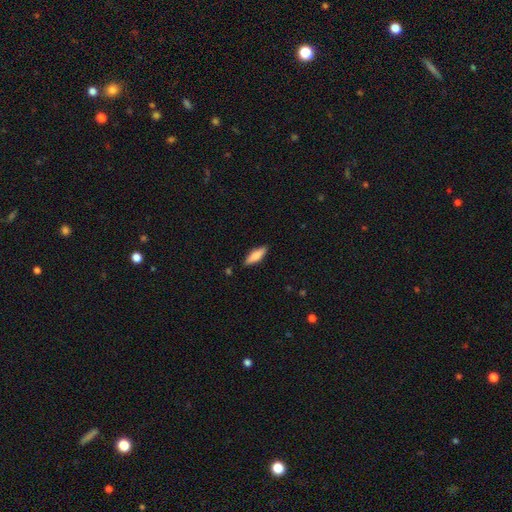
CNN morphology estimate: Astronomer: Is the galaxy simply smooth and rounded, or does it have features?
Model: smooth — 75%.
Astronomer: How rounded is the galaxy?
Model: in between — 49%, tied with cigar-shaped at 49%.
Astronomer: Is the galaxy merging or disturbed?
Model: none — 85%.